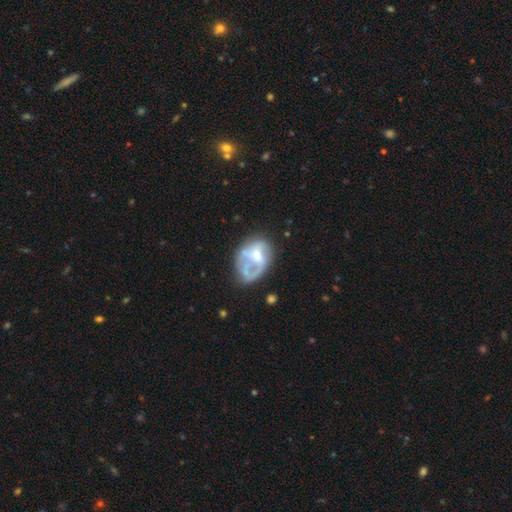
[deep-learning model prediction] smooth_or_featured: featured or disk (p=0.59) [alt: smooth p=0.32]
disk_edge_on: no (p=0.97) [alt: yes p=0.03]
bar: no (p=0.62) [alt: weak p=0.30]
has_spiral_arms: no (p=0.63) [alt: yes p=0.37]
bulge_size: moderate (p=0.42) [alt: small p=0.31]
merging: none (p=0.35) [alt: major disturbance p=0.32]